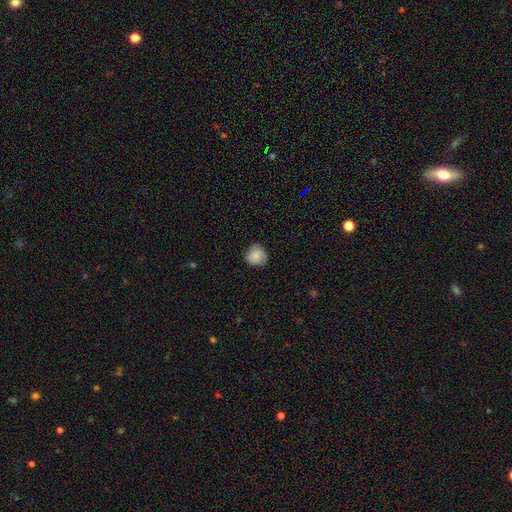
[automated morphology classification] type=smooth (81%); roundness=round (86%); merging=none (75%).